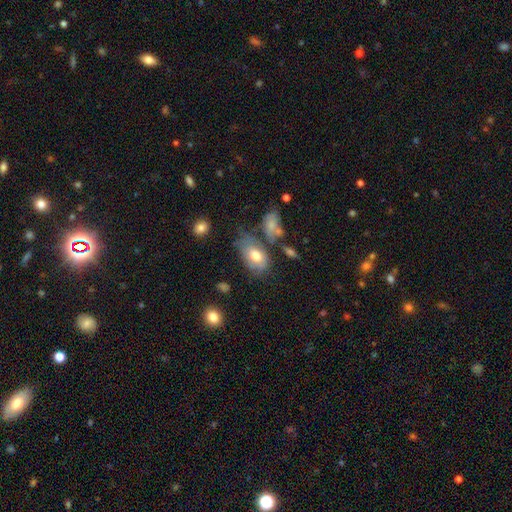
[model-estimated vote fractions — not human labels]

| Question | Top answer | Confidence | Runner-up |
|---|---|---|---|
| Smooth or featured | smooth | 66% | featured or disk (27%) |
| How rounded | in between | 90% | round (9%) |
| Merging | none | 40% | minor disturbance (30%) |